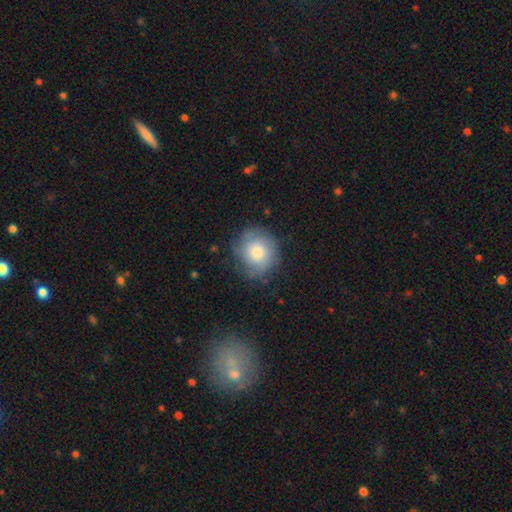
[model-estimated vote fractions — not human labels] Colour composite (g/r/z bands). It shows a smooth galaxy with no disk features (72%) that is round (83%). Merging: none (73%).